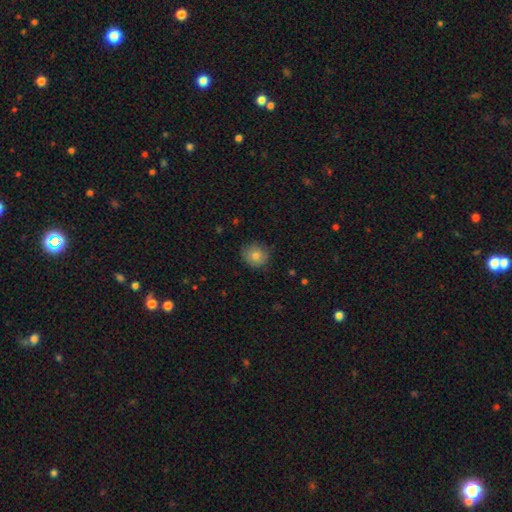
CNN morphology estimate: Smooth or featured? smooth (80%)
How rounded? round (83%)
Merging? none (82%)